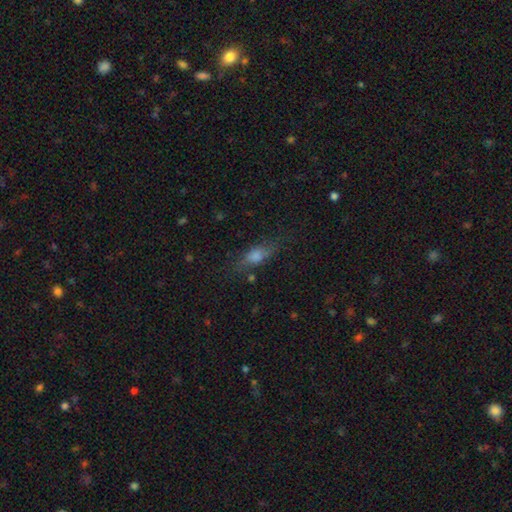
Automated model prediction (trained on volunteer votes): The model was most divided on "how rounded": in between: 54%, cigar-shaped: 39%, round: 8%. More confident: merging — none (72%); smooth or featured — smooth (56%).